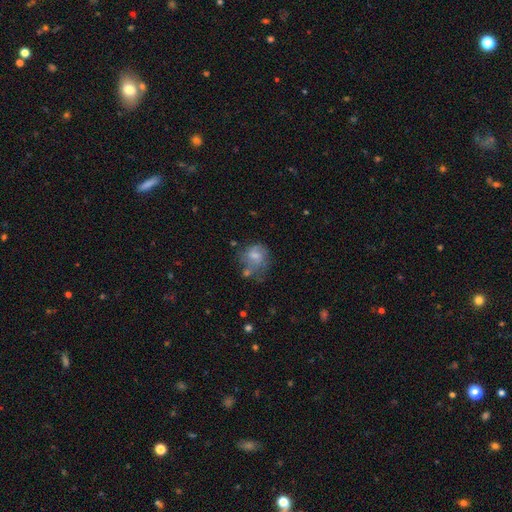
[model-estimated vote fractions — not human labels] Q: Smooth or featured?
A: smooth (47%); runner-up: featured or disk (38%)
Q: Merging?
A: none (50%); runner-up: minor disturbance (24%)